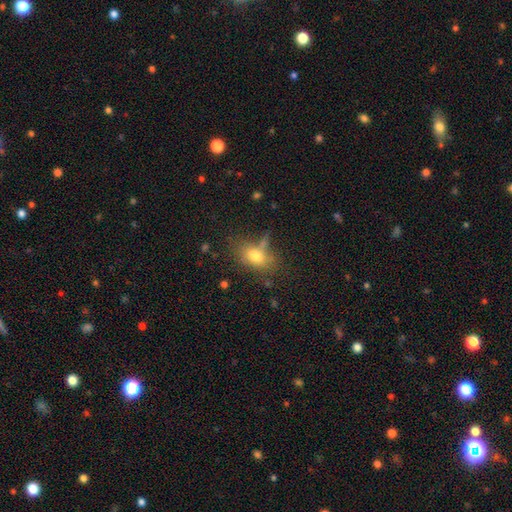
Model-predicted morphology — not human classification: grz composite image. It shows a smooth galaxy with no disk features (75%) that is in between round and cigar-shaped (80%). Merging: none (61%).